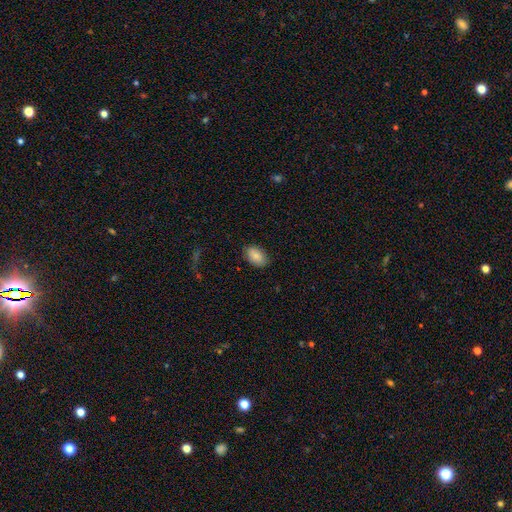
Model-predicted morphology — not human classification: Smooth or featured? Predicted: smooth (p=0.83). How rounded? Predicted: in between (p=0.90). Merging? Predicted: none (p=0.84).